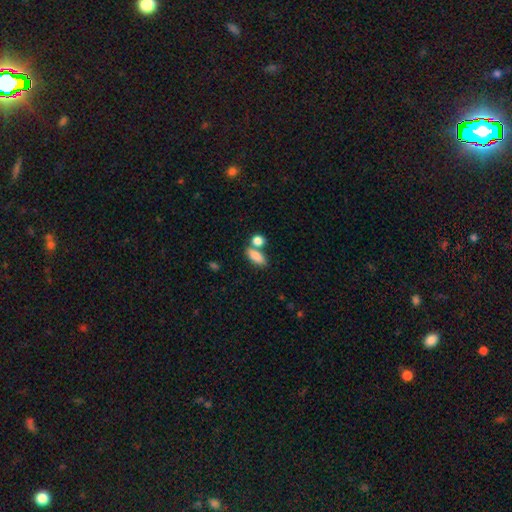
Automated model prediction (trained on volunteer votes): A smooth galaxy with no disk features (84%) that is in between round and cigar-shaped (78%). Merging: none (50%).